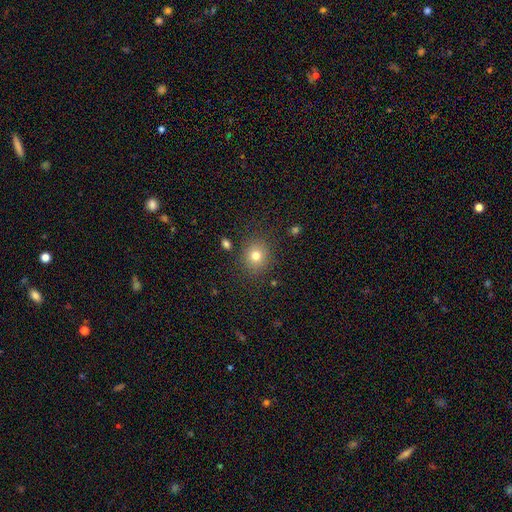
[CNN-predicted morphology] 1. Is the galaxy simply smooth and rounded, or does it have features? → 79% smooth, 13% star or artifact, 8% featured or disk.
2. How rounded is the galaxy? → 81% round, 18% in between, 1% cigar-shaped.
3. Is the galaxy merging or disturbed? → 85% none, 9% minor disturbance, 3% major disturbance, 3% merger.